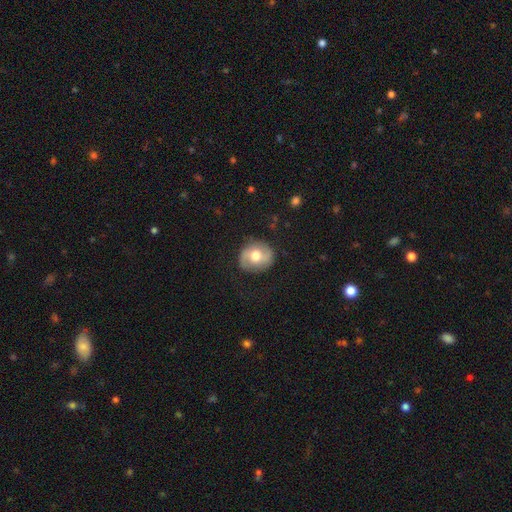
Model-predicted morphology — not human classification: This is possibly a smooth galaxy (48%). Merging: clearly none (81%).